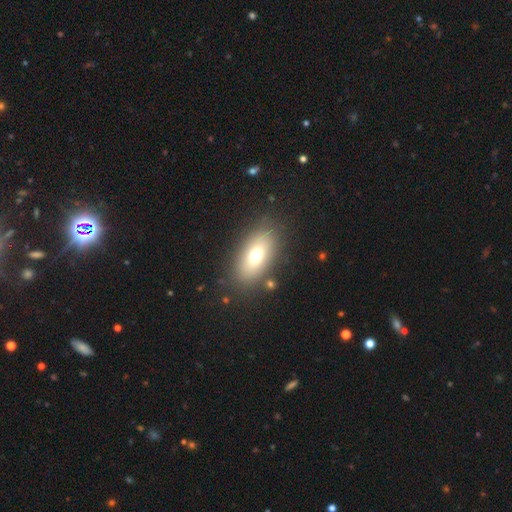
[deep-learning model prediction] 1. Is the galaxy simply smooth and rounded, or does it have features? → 70% smooth, 20% featured or disk, 10% star or artifact.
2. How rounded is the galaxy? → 87% in between, 8% round, 5% cigar-shaped.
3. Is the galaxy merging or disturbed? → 84% none, 10% minor disturbance, 4% major disturbance, 2% merger.